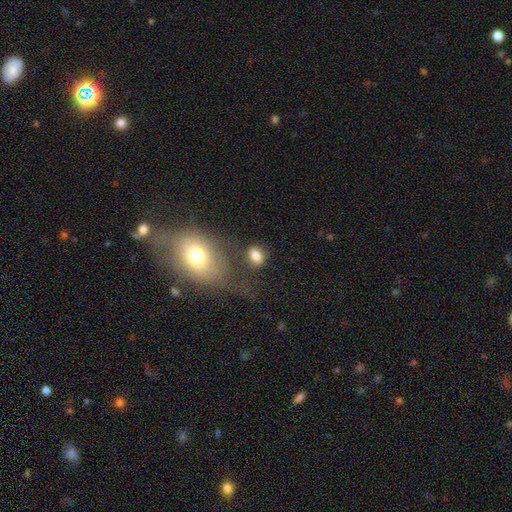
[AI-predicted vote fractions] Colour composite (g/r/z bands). It shows a smooth galaxy with no disk features (80%) that is in between round and cigar-shaped (64%). Merging: none (63%).